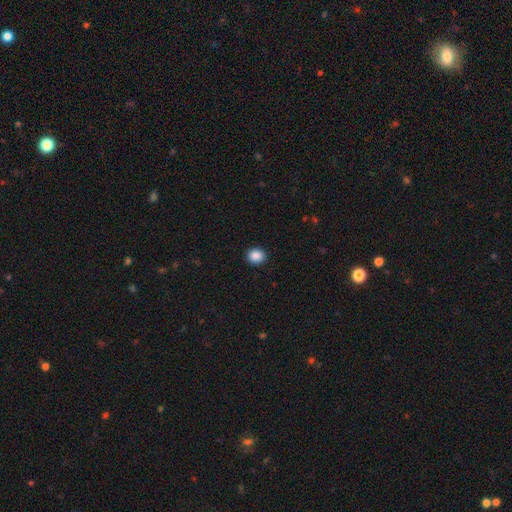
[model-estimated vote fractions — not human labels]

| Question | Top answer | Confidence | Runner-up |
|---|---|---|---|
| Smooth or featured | smooth | 89% | star or artifact (9%) |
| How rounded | round | 70% | in between (29%) |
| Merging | none | 91% | minor disturbance (6%) |